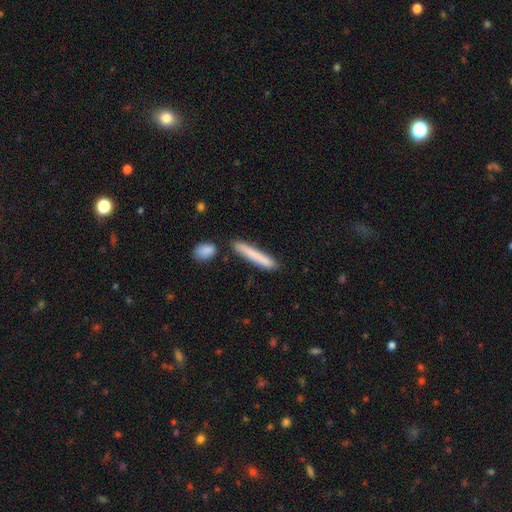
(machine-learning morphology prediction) Smooth or featured: smooth — 76% (featured or disk — 18%)
How rounded: cigar-shaped — 95% (in between — 4%)
Merging: none — 82% (minor disturbance — 11%)